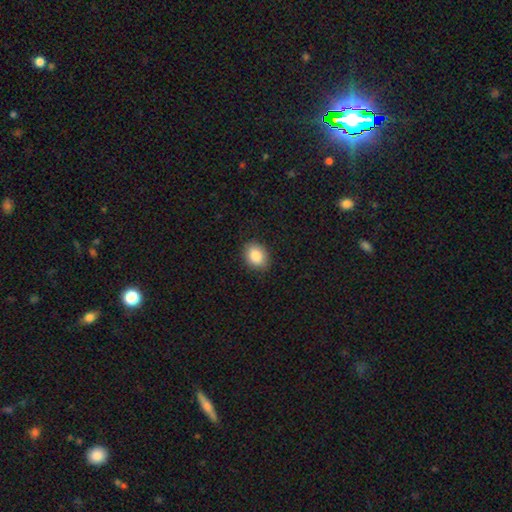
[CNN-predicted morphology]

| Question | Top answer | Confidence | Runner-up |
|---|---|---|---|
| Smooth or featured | smooth | 86% | star or artifact (8%) |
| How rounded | in between | 58% | round (41%) |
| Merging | none | 88% | minor disturbance (9%) |